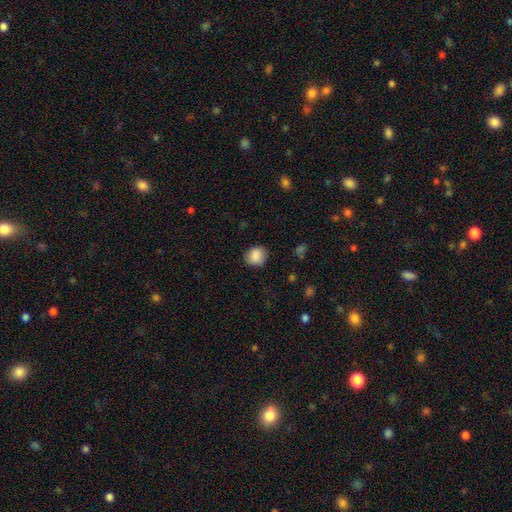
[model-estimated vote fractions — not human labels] Smooth or featured? Predicted: smooth (p=0.87). How rounded? Predicted: round (p=0.77). Merging? Predicted: none (p=0.84).